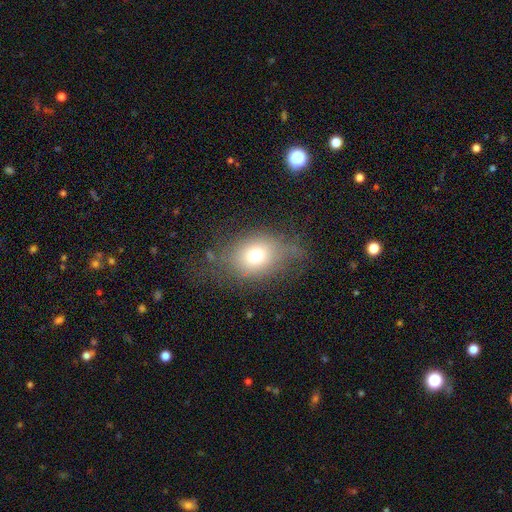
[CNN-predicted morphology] Smooth or featured?
  - smooth: 68% *
  - featured or disk: 18%
  - star or artifact: 14%
How rounded?
  - round: 51% *
  - in between: 48%
  - cigar-shaped: 2%
Merging?
  - none: 57% *
  - minor disturbance: 23%
  - major disturbance: 18%
  - merger: 2%